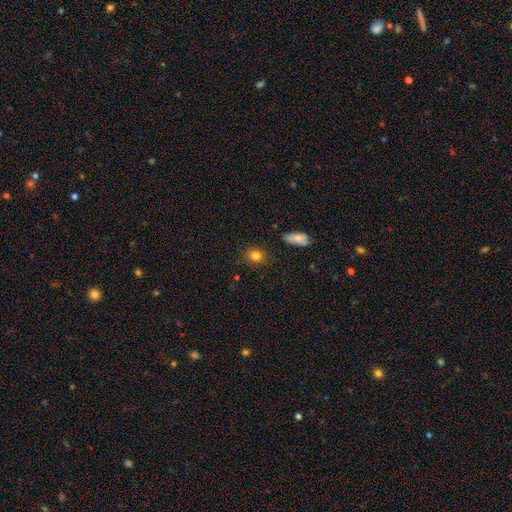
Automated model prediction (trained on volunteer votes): A smooth galaxy with no disk features (82%) that is round (58%). Merging: none (84%).